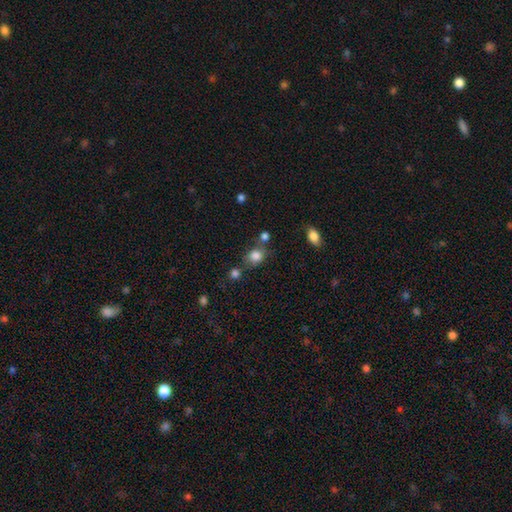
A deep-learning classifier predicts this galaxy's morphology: smooth 82%, star or artifact 11%, featured or disk 7%. Down the decision tree: how rounded — round (60%); merging — none (60%).